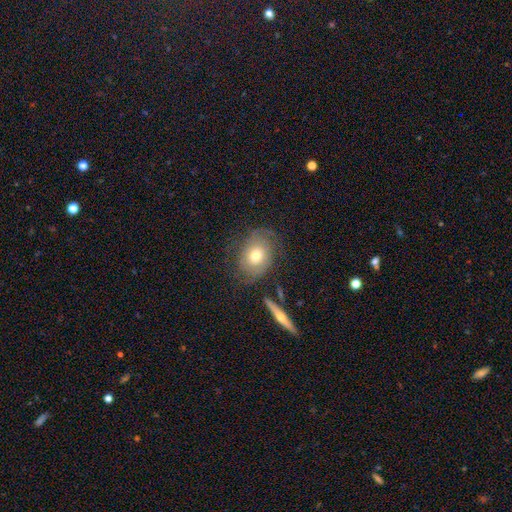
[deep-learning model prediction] Smooth or featured? featured or disk (49%)
Merging? none (65%)